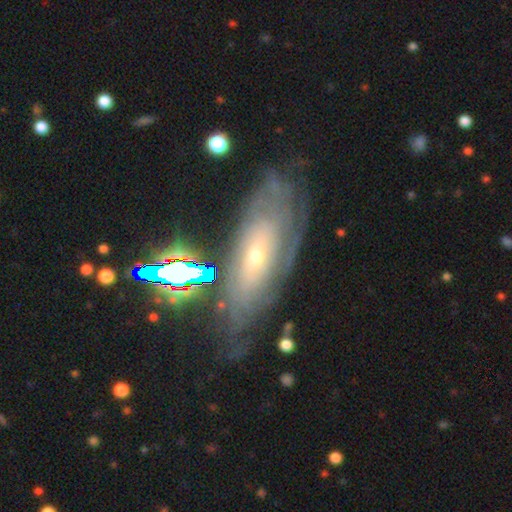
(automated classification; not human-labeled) A featured or disk galaxy (71%) with no bar (71%), spiral arms (79%) and a small central bulge (68%). Merging: none (67%).